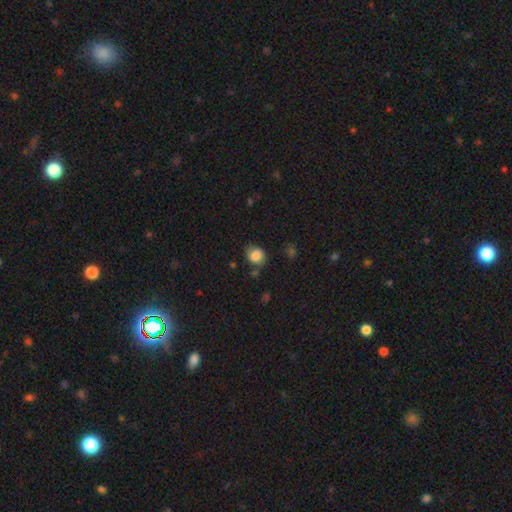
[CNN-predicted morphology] smooth-or-featured: smooth: 82% | featured or disk: 9% | star or artifact: 9%
  how-rounded: round: 58% | in between: 41% | cigar-shaped: 1%
  merging: none: 66% | minor disturbance: 23% | major disturbance: 6% | merger: 5%